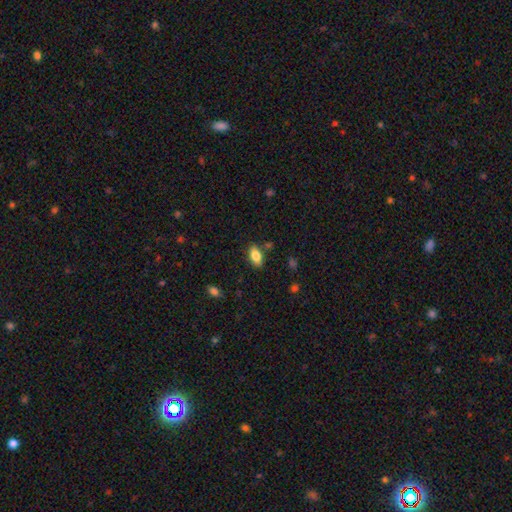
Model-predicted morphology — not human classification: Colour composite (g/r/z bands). It shows a smooth galaxy with no disk features (83%) that is in between round and cigar-shaped (91%). Merging: none (82%).